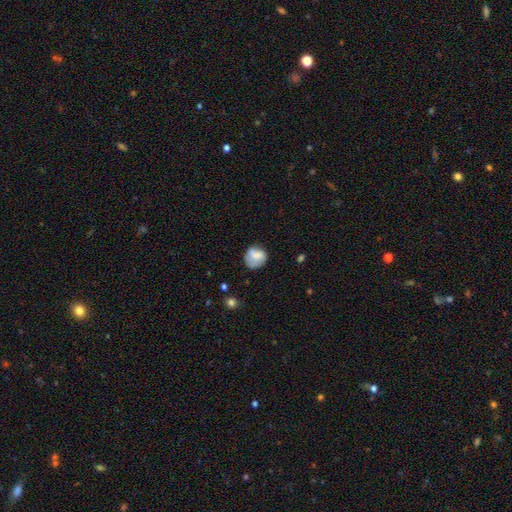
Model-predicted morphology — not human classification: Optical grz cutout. It shows a smooth galaxy with no disk features (71%) that is round (75%). Merging: none (54%).